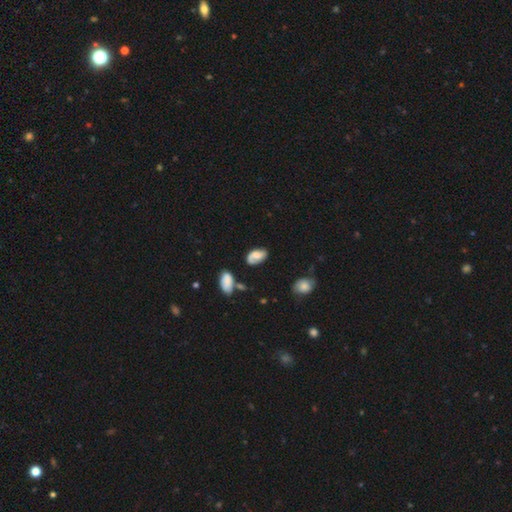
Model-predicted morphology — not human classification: A smooth galaxy with no disk features (50%).

Vote fractions:
- Smooth or featured? smooth: 50% / featured or disk: 41% / star or artifact: 9%
- Merging? none: 59% / minor disturbance: 26% / major disturbance: 9% / merger: 6%